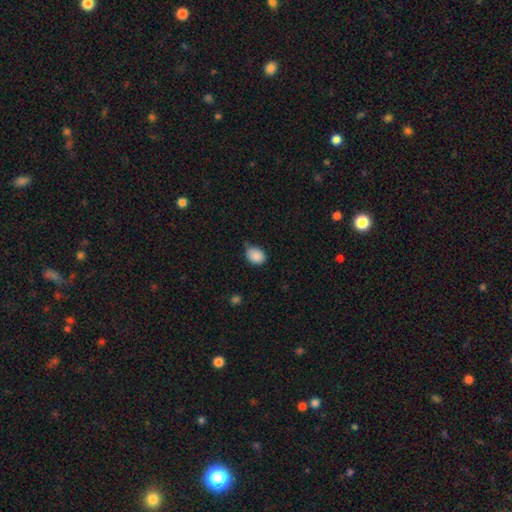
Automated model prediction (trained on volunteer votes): The model was most divided on "merging": none: 62%, minor disturbance: 30%, major disturbance: 5%, merger: 3%. More confident: smooth or featured — smooth (88%); how rounded — in between (66%).